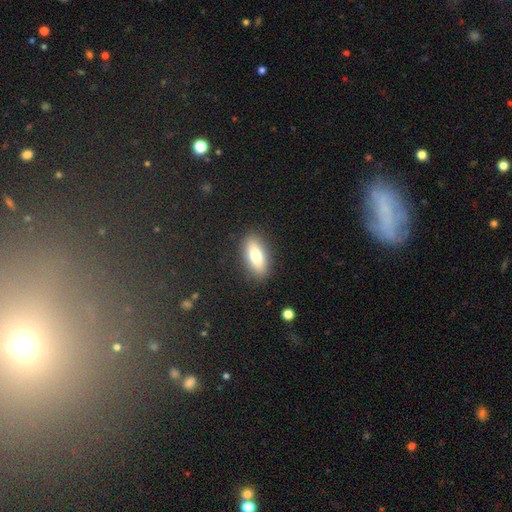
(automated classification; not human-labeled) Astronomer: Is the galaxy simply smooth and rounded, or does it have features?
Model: smooth — 75%.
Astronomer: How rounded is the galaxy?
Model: in between — 79%.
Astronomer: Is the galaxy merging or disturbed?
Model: none — 87%.